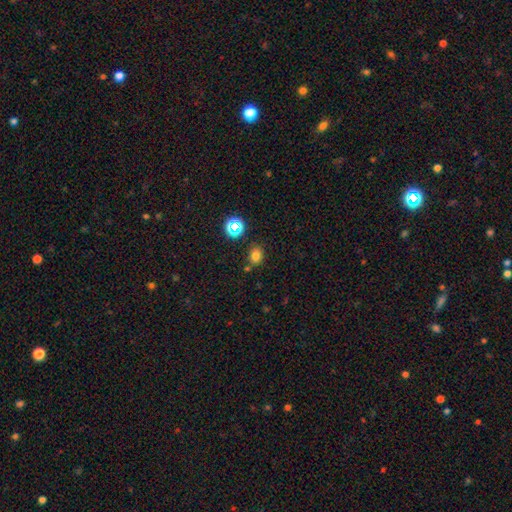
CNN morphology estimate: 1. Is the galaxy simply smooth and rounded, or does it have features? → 75% smooth, 18% star or artifact, 7% featured or disk.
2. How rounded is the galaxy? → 53% round, 46% in between, 1% cigar-shaped.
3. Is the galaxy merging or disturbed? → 77% none, 12% minor disturbance, 8% merger, 3% major disturbance.